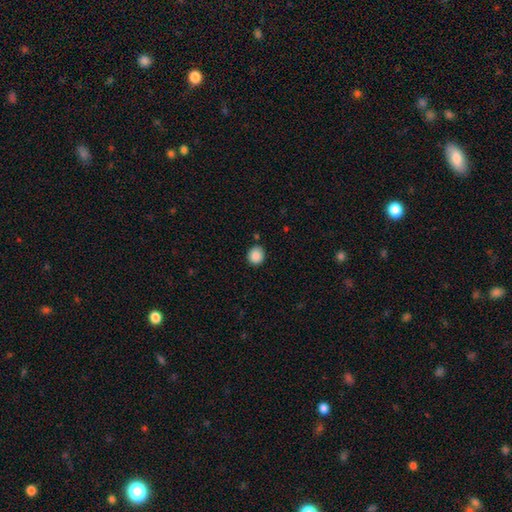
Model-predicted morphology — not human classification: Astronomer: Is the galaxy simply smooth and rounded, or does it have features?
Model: smooth — 88%.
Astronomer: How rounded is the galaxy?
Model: round — 85%.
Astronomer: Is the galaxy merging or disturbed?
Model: none — 86%.